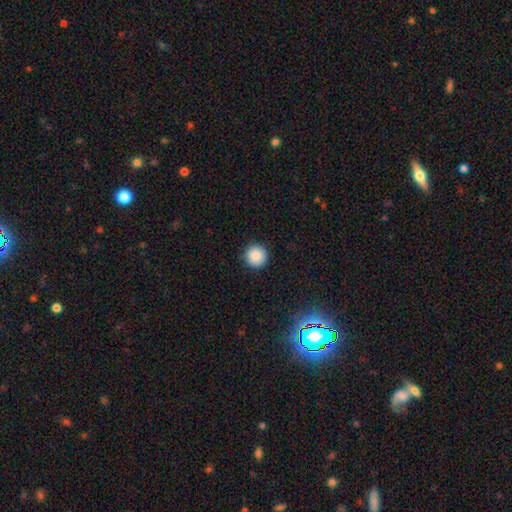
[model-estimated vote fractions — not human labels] Smooth or featured?
  - smooth: 88% *
  - star or artifact: 9%
  - featured or disk: 3%
How rounded?
  - round: 96% *
  - in between: 3%
  - cigar-shaped: 1%
Merging?
  - none: 92% *
  - minor disturbance: 5%
  - major disturbance: 2%
  - merger: 1%